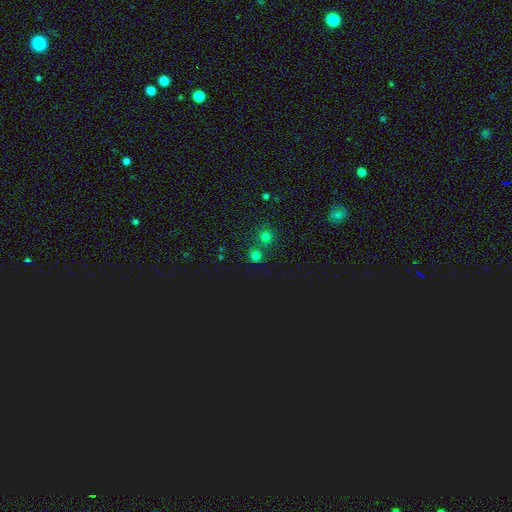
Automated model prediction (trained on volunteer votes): This appears to be a smooth galaxy with no disk features (61%) that is round (88%). Merging: none (62%).